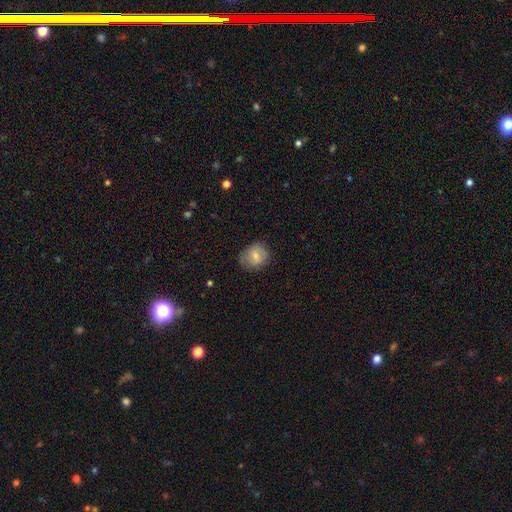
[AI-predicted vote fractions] smooth_or_featured: smooth (p=0.71) [alt: featured or disk p=0.22]
how_rounded: round (p=0.69) [alt: in between p=0.30]
merging: none (p=0.72) [alt: minor disturbance p=0.21]